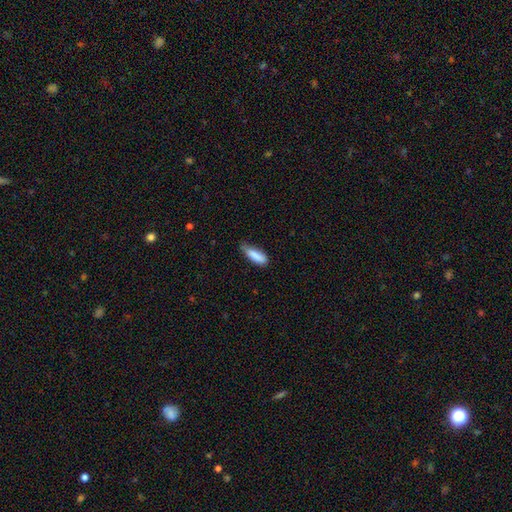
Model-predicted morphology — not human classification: Smooth or featured?
  - smooth: 86% *
  - featured or disk: 7%
  - star or artifact: 7%
How rounded?
  - in between: 52% *
  - cigar-shaped: 47%
  - round: 2%
Merging?
  - none: 52% *
  - minor disturbance: 38%
  - major disturbance: 7%
  - merger: 2%